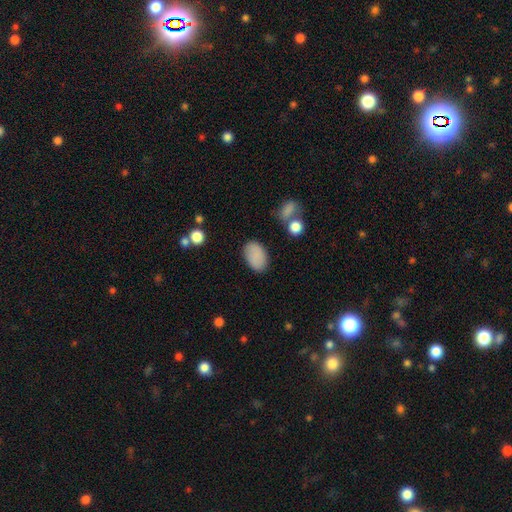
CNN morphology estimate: Overall: smooth (87%). How rounded: in between (92%). Merging: none (82%).